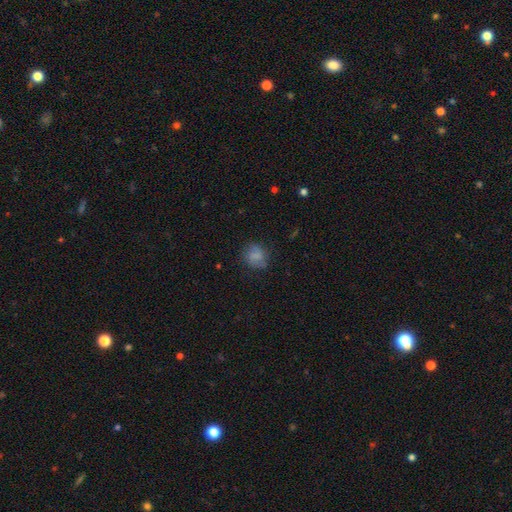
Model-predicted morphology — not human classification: Smooth or featured: smooth — 75% (featured or disk — 15%)
How rounded: round — 68% (in between — 31%)
Merging: none — 71% (minor disturbance — 21%)